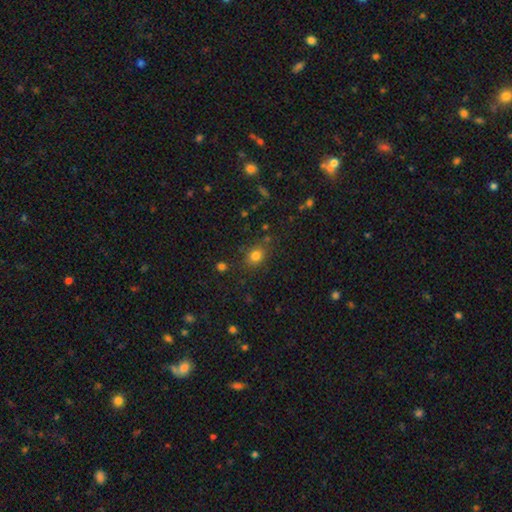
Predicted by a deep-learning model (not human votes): smooth-or-featured: smooth: 79% | star or artifact: 14% | featured or disk: 7%
  how-rounded: round: 60% | in between: 39% | cigar-shaped: 1%
  merging: none: 76% | minor disturbance: 15% | major disturbance: 5% | merger: 5%